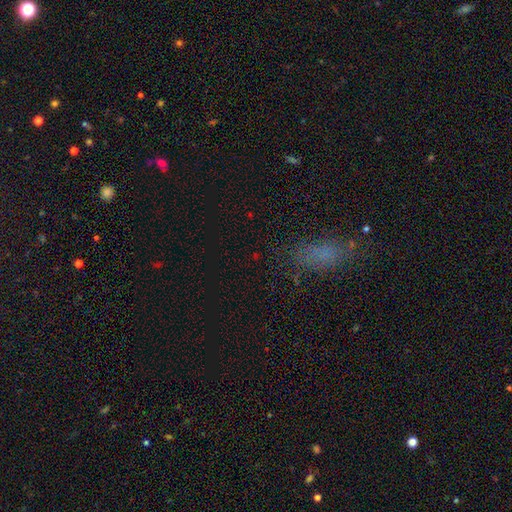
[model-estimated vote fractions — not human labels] star or artifact 66%, smooth 24%, featured or disk 9%.